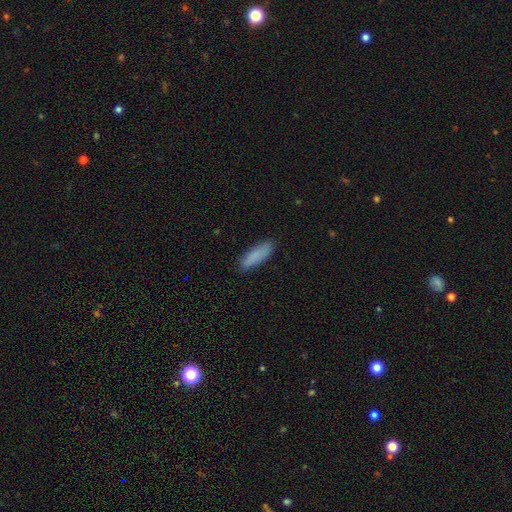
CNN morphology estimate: Smooth or featured?
  - smooth: 87% *
  - featured or disk: 7%
  - star or artifact: 6%
How rounded?
  - cigar-shaped: 51% *
  - in between: 47%
  - round: 2%
Merging?
  - none: 86% *
  - minor disturbance: 11%
  - major disturbance: 2%
  - merger: 1%